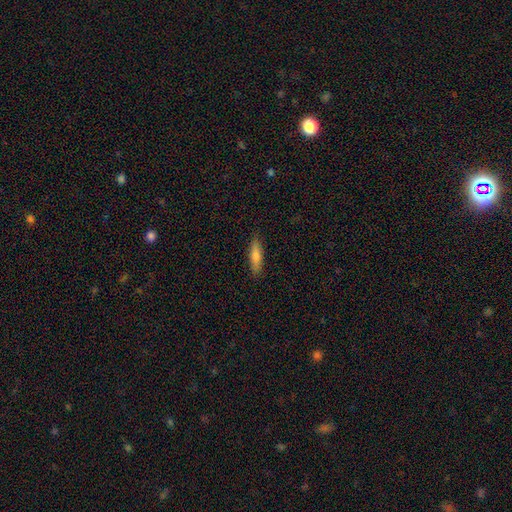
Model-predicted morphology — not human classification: Smooth or featured?
  - smooth: 67% *
  - featured or disk: 26%
  - star or artifact: 7%
How rounded?
  - cigar-shaped: 76% *
  - in between: 22%
  - round: 2%
Merging?
  - none: 88% *
  - minor disturbance: 9%
  - major disturbance: 2%
  - merger: 1%